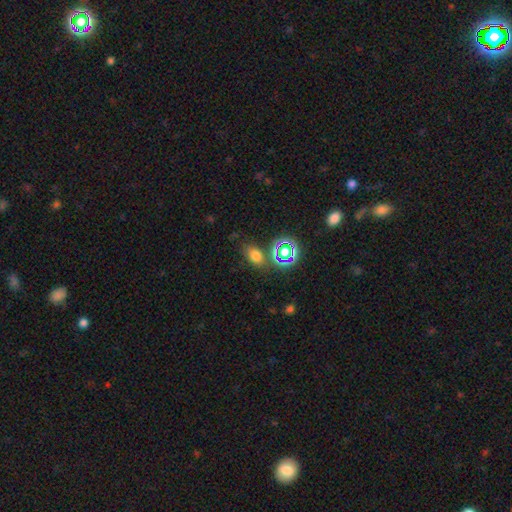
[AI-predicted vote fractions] smooth-or-featured: smooth: 67% | star or artifact: 24% | featured or disk: 9%
  how-rounded: in between: 75% | round: 22% | cigar-shaped: 3%
  merging: none: 73% | minor disturbance: 13% | merger: 9% | major disturbance: 4%